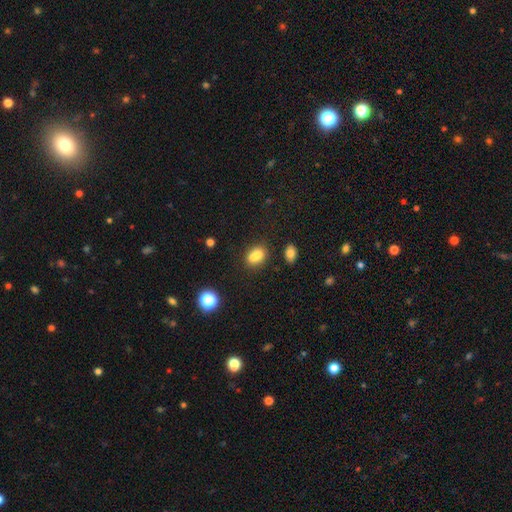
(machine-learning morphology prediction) The model was most divided on "merging": merger: 50%, none: 36%, minor disturbance: 10%, major disturbance: 4%. More confident: smooth or featured — smooth (73%); how rounded — in between (57%).